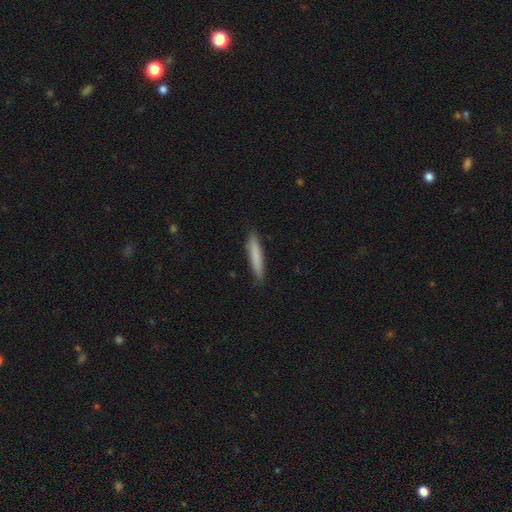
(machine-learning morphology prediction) Smooth or featured? Predicted: smooth (p=0.79). How rounded? Predicted: cigar-shaped (p=0.93). Merging? Predicted: none (p=0.88).